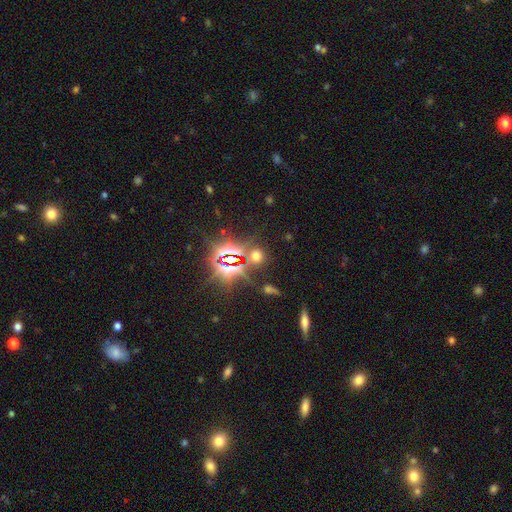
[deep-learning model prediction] Smooth or featured?
  - star or artifact: 54% *
  - smooth: 38%
  - featured or disk: 8%